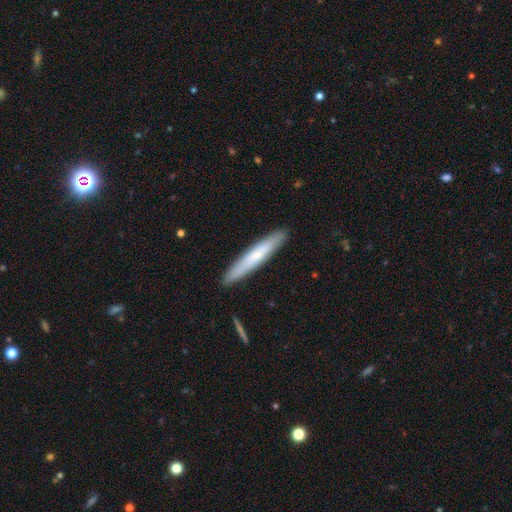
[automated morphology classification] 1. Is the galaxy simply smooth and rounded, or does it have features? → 55% smooth, 39% featured or disk, 5% star or artifact.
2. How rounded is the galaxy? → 94% cigar-shaped, 5% in between, 1% round.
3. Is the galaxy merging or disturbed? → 90% none, 7% minor disturbance, 1% major disturbance, 1% merger.